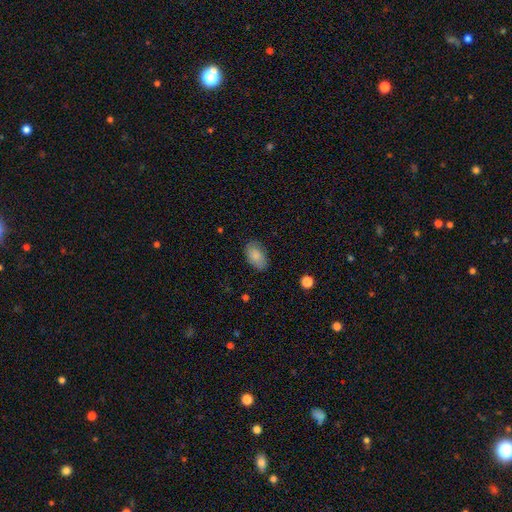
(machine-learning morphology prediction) The model was most divided on "merging": none: 80%, minor disturbance: 15%, major disturbance: 3%, merger: 1%. More confident: how rounded — in between (92%); smooth or featured — smooth (84%).